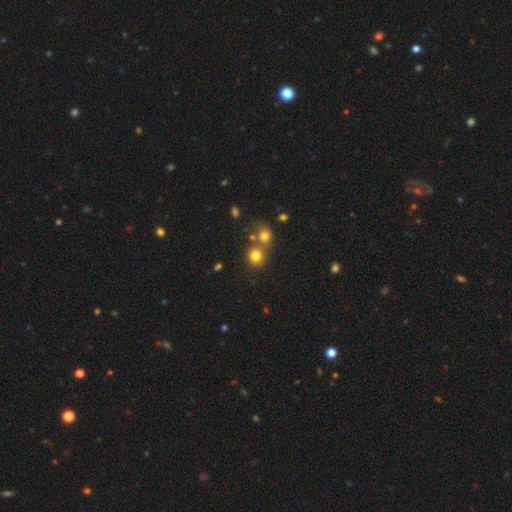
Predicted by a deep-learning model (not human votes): smooth 77%, star or artifact 15%, featured or disk 8%. Down the decision tree: how rounded — round (87%); merging — none (55%).